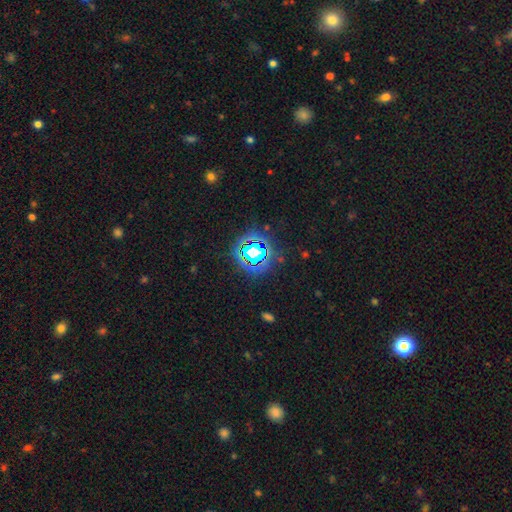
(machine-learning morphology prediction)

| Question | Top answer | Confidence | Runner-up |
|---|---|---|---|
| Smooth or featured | star or artifact | 77% | smooth (16%) |